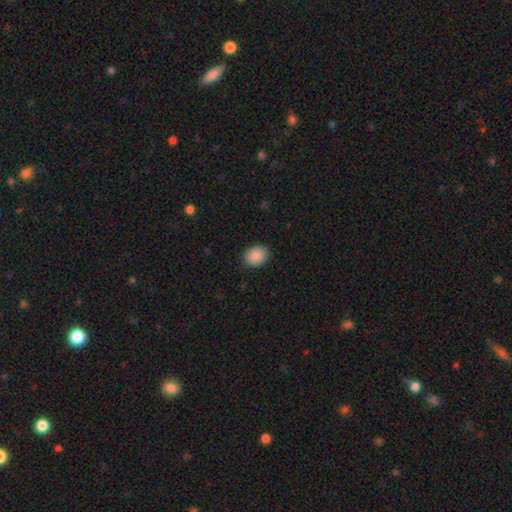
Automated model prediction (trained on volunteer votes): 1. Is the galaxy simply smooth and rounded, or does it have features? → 90% smooth, 7% star or artifact, 3% featured or disk.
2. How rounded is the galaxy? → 61% in between, 38% round, 1% cigar-shaped.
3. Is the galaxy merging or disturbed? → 88% none, 9% minor disturbance, 2% major disturbance, 1% merger.